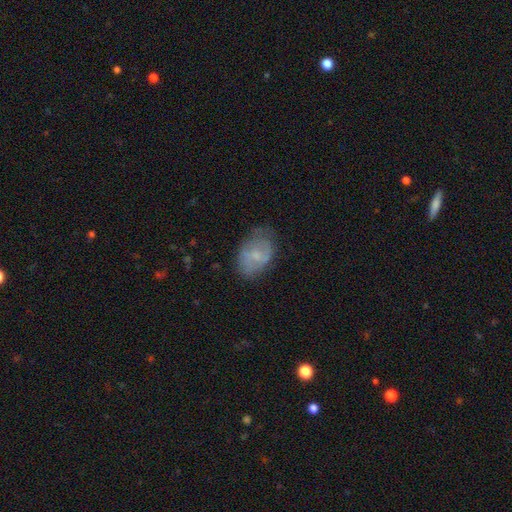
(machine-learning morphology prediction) smooth 52%, featured or disk 40%, star or artifact 8%. Down the decision tree: how rounded — in between (83%); merging — none (58%).